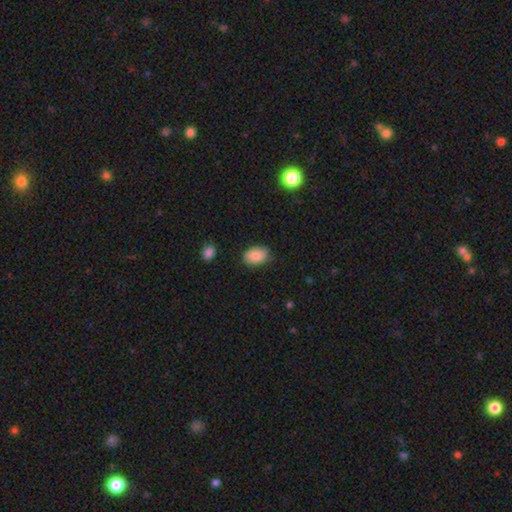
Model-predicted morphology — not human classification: Overall: smooth (87%). How rounded: in between (85%). Merging: none (77%).